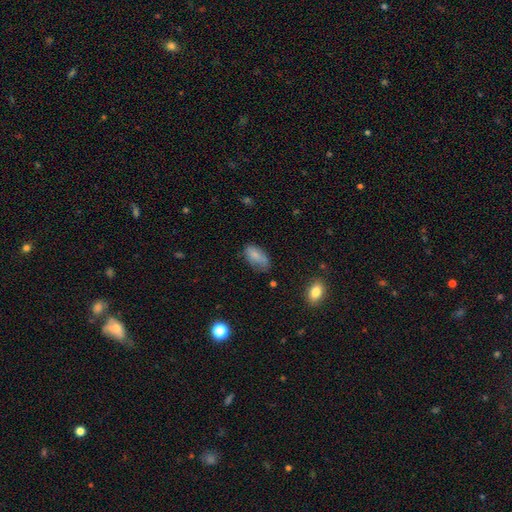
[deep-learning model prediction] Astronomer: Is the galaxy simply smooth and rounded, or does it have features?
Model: smooth — 79%.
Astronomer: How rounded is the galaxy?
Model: in between — 91%.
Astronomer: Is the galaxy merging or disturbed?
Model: none — 53% (runner-up: minor disturbance, 33%).